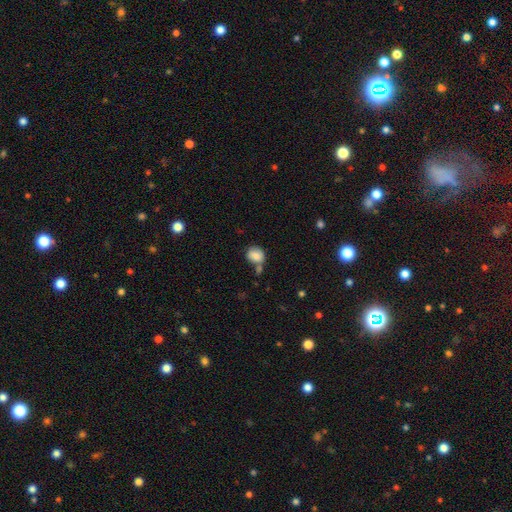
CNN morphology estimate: Overall: smooth (82%). How rounded: round (60%; in between 39%). Merging: none (49%; merger 24%).